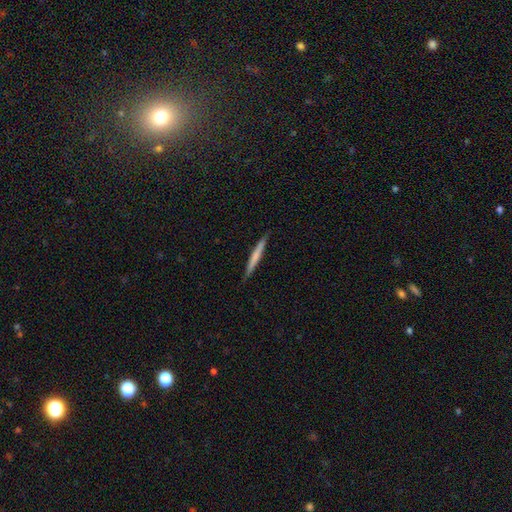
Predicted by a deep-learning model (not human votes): This appears to be a smooth galaxy with no disk features (60%) that is cigar-shaped (97%). Merging: none (90%).